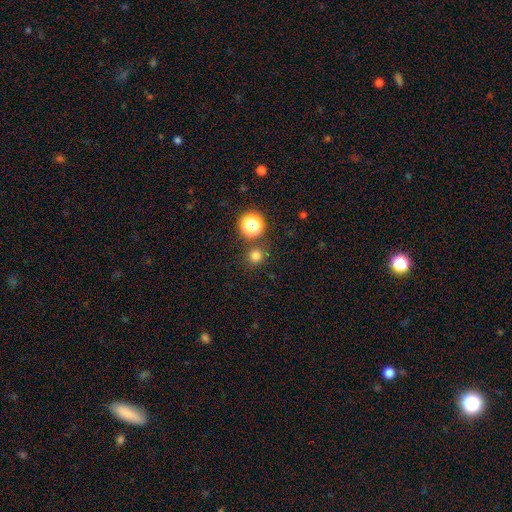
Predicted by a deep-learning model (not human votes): smooth-or-featured: smooth: 75% | star or artifact: 20% | featured or disk: 5%
  how-rounded: round: 93% | in between: 6% | cigar-shaped: 1%
  merging: none: 83% | minor disturbance: 7% | merger: 7% | major disturbance: 3%